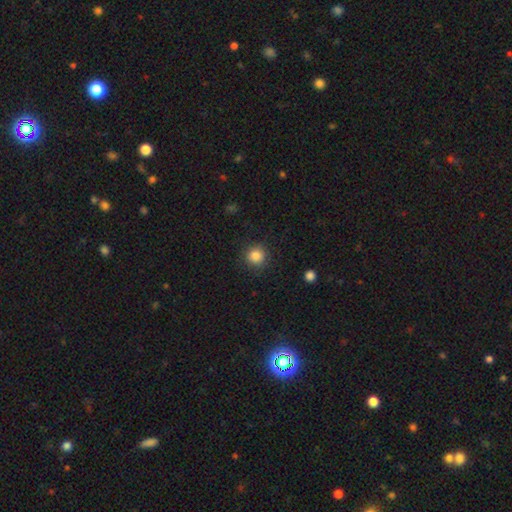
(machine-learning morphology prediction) type=smooth (85%); roundness=round (93%); merging=none (89%).